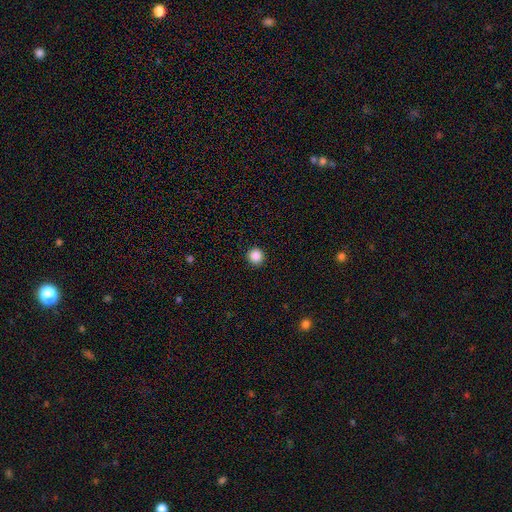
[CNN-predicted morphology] This is clearly a smooth galaxy (87%). How rounded: clearly round (95%). Merging: clearly none (93%).